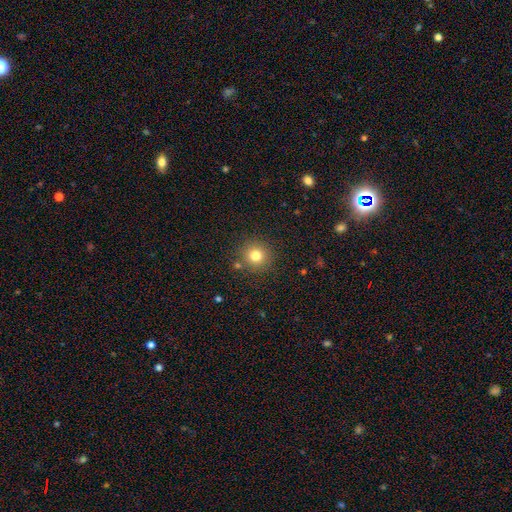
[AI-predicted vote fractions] smooth-or-featured: smooth: 79% | star or artifact: 14% | featured or disk: 8%
  how-rounded: round: 93% | in between: 6% | cigar-shaped: 1%
  merging: none: 84% | minor disturbance: 8% | merger: 4% | major disturbance: 3%